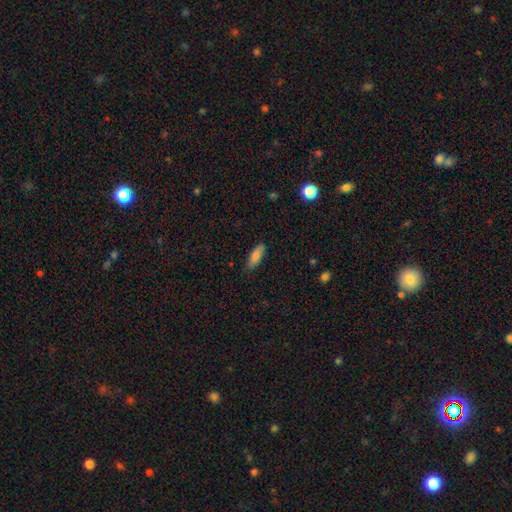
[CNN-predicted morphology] A smooth galaxy with no disk features (77%) that is in between round and cigar-shaped (59%).

Vote fractions:
- Smooth or featured? smooth: 77% / featured or disk: 16% / star or artifact: 7%
- How rounded? in between: 59% / cigar-shaped: 39% / round: 2%
- Merging? none: 84% / minor disturbance: 13% / major disturbance: 2% / merger: 1%